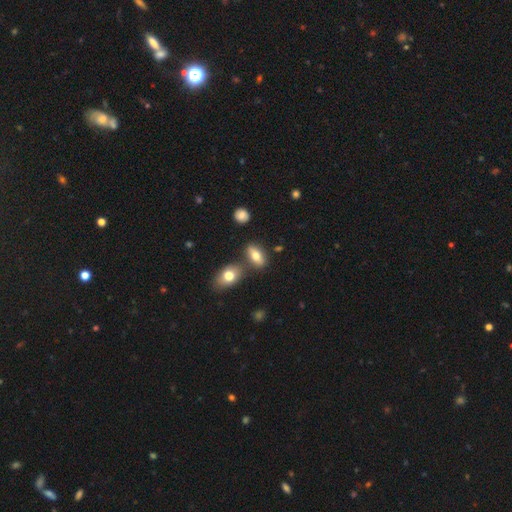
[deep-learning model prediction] A smooth galaxy with no disk features (72%) that is in between round and cigar-shaped (84%).

Vote fractions:
- Smooth or featured? smooth: 72% / featured or disk: 19% / star or artifact: 9%
- How rounded? in between: 84% / cigar-shaped: 9% / round: 7%
- Merging? none: 67% / merger: 17% / minor disturbance: 13% / major disturbance: 4%